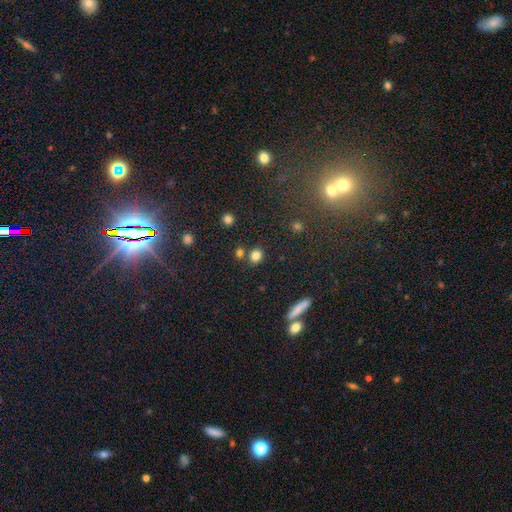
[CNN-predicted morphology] smooth 80%, star or artifact 14%, featured or disk 6%. Down the decision tree: how rounded — round (76%); merging — none (75%).